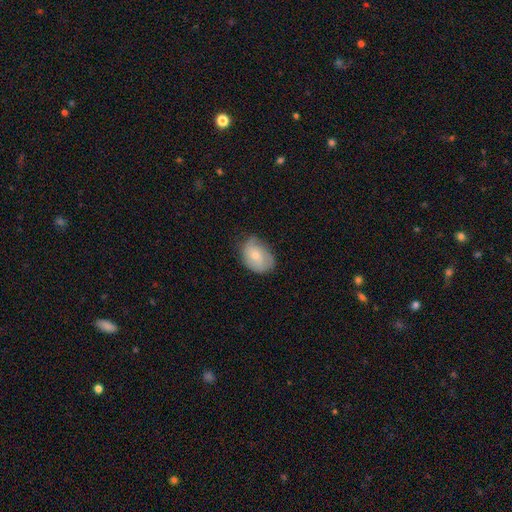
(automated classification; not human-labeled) Smooth or featured?
  - smooth: 65% *
  - featured or disk: 28%
  - star or artifact: 7%
How rounded?
  - in between: 74% *
  - round: 25%
  - cigar-shaped: 1%
Merging?
  - none: 53% *
  - minor disturbance: 35%
  - major disturbance: 10%
  - merger: 1%